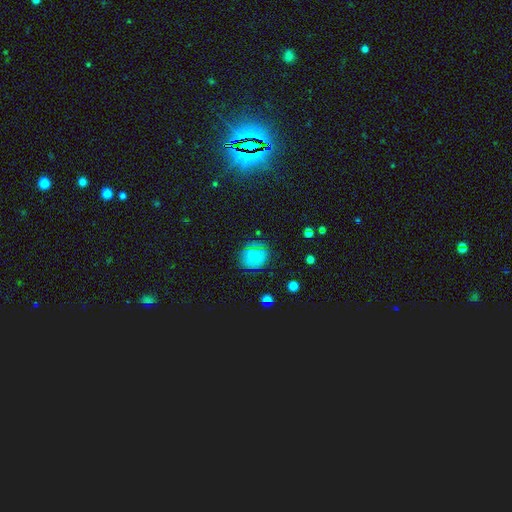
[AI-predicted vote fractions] smooth 63%, star or artifact 21%, featured or disk 15%. Down the decision tree: how rounded — round (81%); merging — none (79%).